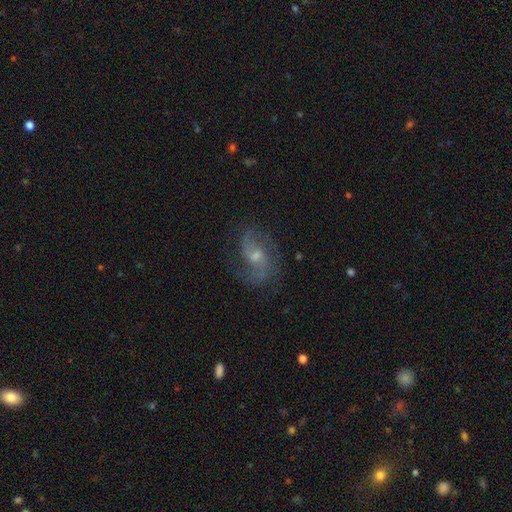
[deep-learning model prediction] smooth-or-featured: featured or disk: 81% | smooth: 10% | star or artifact: 9%
  disk-edge-on: no: 97% | yes: 3%
    bar: no: 51% | weak: 41% | strong: 8%
    has-spiral-arms: yes: 95% | no: 5%
      spiral-winding: medium: 51% | loose: 29% | tight: 20%
      spiral-arm-count: 2: 80% | can't tell: 8% | 3: 4% | 1: 4% | 4: 2% | more than 4: 2%
    bulge-size: moderate: 48% | small: 44% | none: 3% | large: 3% | dominant: 1%
  merging: none: 74% | minor disturbance: 16% | major disturbance: 9% | merger: 1%